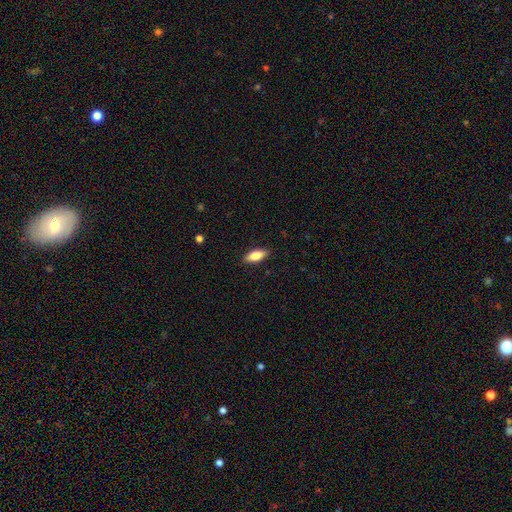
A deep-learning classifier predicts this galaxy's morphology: A smooth galaxy with no disk features (81%) that is in between round and cigar-shaped (79%).

Vote fractions:
- Smooth or featured? smooth: 81% / featured or disk: 13% / star or artifact: 6%
- How rounded? in between: 79% / cigar-shaped: 19% / round: 2%
- Merging? none: 89% / minor disturbance: 8% / major disturbance: 2% / merger: 1%